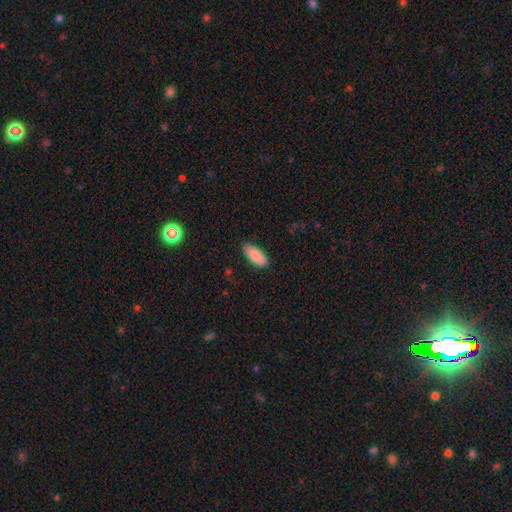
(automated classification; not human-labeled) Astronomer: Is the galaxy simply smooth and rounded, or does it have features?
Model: smooth — 87%.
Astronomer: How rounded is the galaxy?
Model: in between — 90%.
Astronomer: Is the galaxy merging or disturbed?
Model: none — 81%.